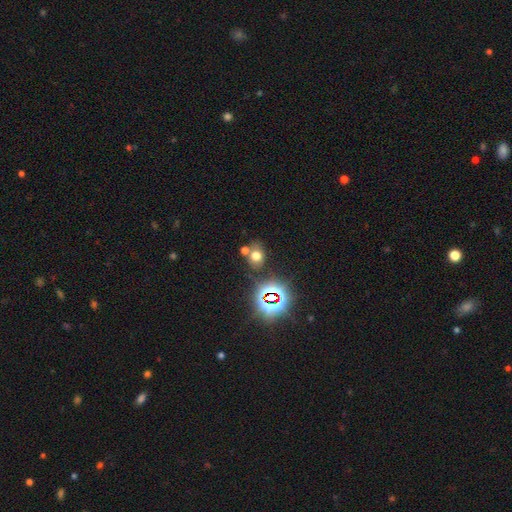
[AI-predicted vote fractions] smooth-or-featured: smooth: 61% | star or artifact: 27% | featured or disk: 12%
  how-rounded: round: 57% | in between: 42% | cigar-shaped: 1%
  merging: none: 63% | merger: 21% | minor disturbance: 12% | major disturbance: 4%